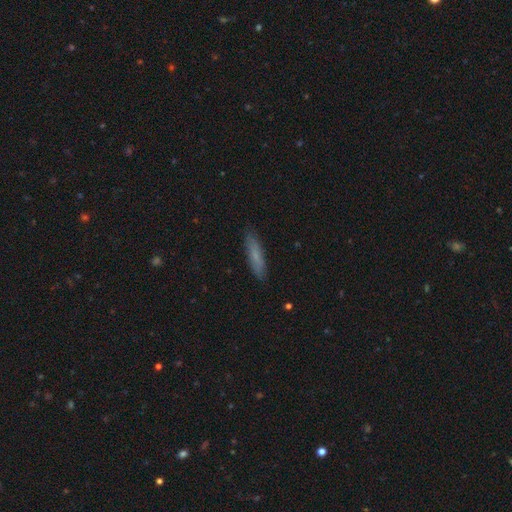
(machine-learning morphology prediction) Overall: smooth (71%). How rounded: cigar-shaped (83%). Merging: none (88%).